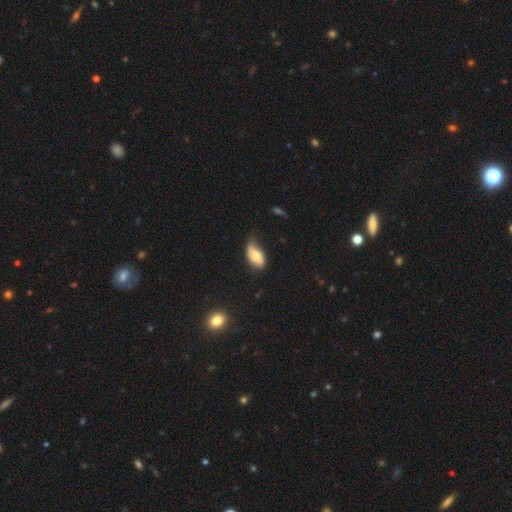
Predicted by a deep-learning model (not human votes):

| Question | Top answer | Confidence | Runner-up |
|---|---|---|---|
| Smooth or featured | smooth | 71% | featured or disk (22%) |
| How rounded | in between | 92% | round (4%) |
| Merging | none | 54% | minor disturbance (36%) |